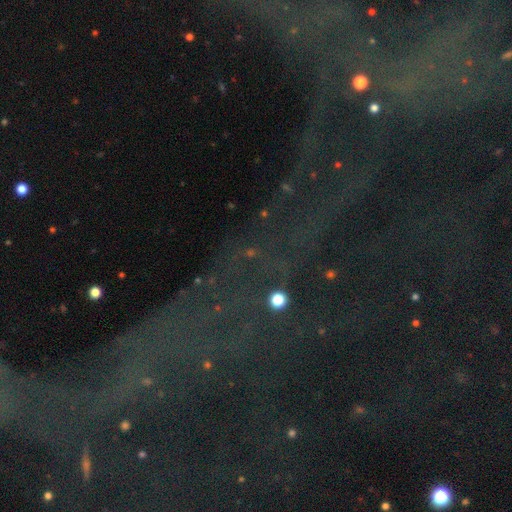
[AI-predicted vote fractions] Morphology: type=star or artifact (78%).